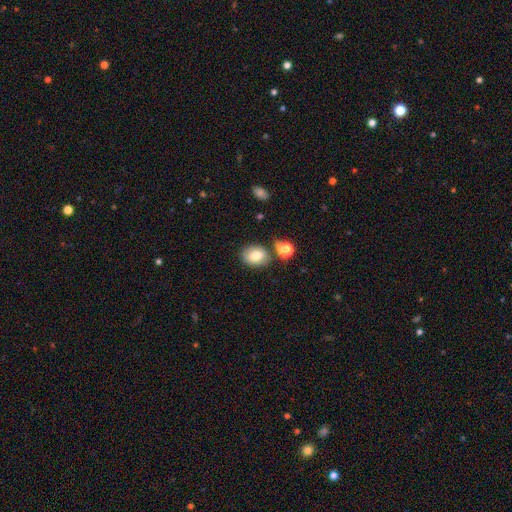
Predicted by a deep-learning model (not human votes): Smooth or featured: smooth — 78% (featured or disk — 13%)
How rounded: in between — 65% (round — 34%)
Merging: none — 71% (minor disturbance — 15%)